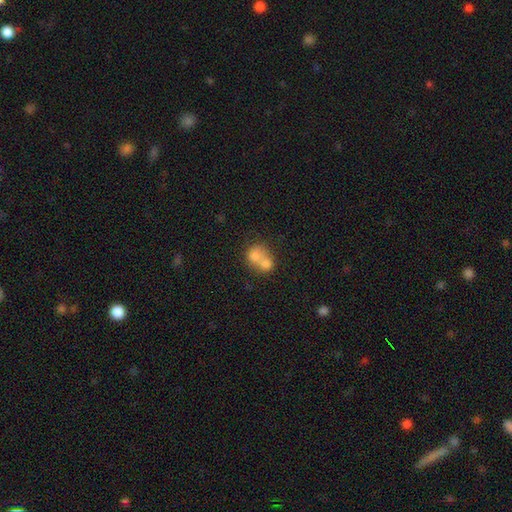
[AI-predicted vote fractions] Smooth or featured? smooth (72%)
How rounded? round (57%)
Merging? merger (72%)